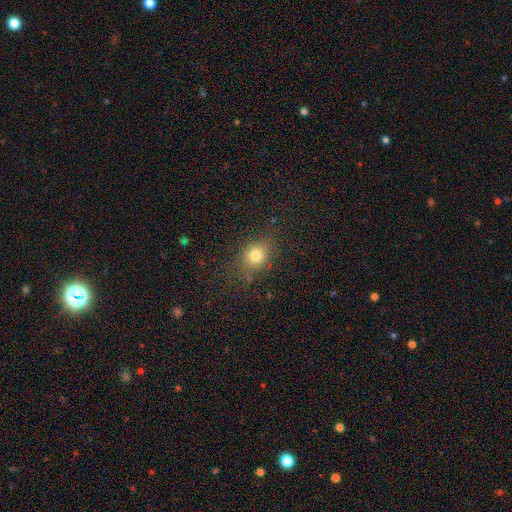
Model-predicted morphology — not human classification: smooth_or_featured: smooth (p=0.77) [alt: star or artifact p=0.14]
how_rounded: round (p=0.55) [alt: in between p=0.43]
merging: none (p=0.77) [alt: minor disturbance p=0.15]